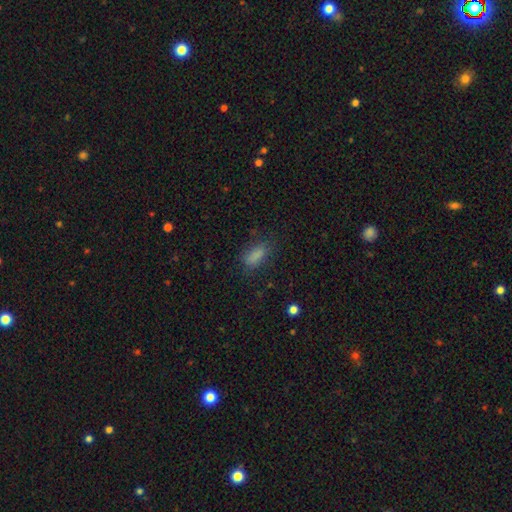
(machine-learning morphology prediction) smooth-or-featured: smooth: 82% | star or artifact: 12% | featured or disk: 6%
  how-rounded: in between: 77% | cigar-shaped: 19% | round: 4%
  merging: none: 76% | minor disturbance: 16% | major disturbance: 6% | merger: 2%